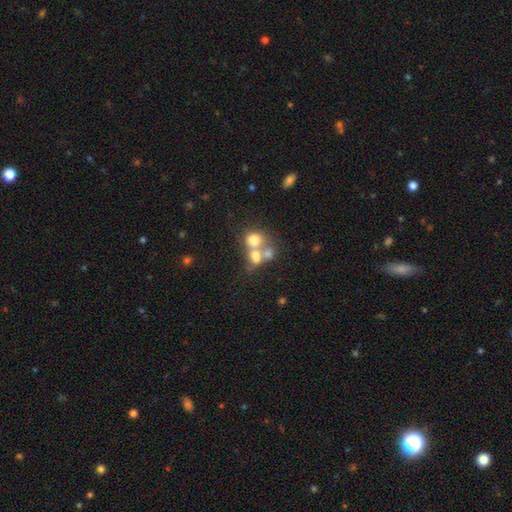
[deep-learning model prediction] Morphology: type=smooth (61%); roundness=round (66%); merging=merger (59%).